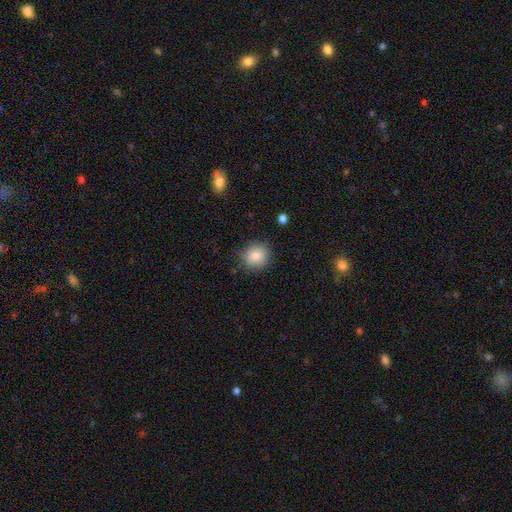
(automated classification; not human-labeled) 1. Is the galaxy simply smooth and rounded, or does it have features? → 83% smooth, 9% star or artifact, 8% featured or disk.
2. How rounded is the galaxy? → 86% round, 13% in between, 1% cigar-shaped.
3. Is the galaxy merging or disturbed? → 85% none, 11% minor disturbance, 3% major disturbance, 1% merger.